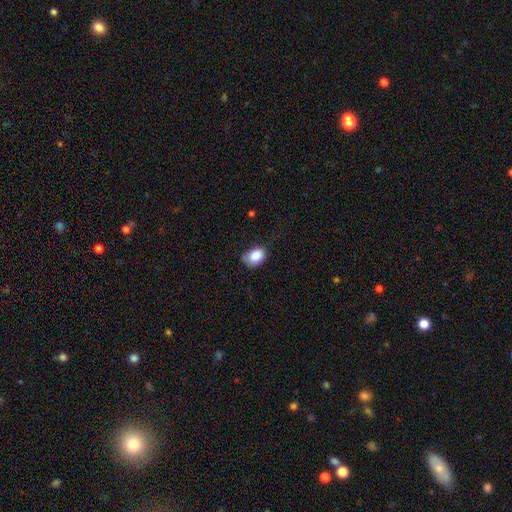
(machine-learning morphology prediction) smooth-or-featured: smooth: 84% | star or artifact: 8% | featured or disk: 8%
  how-rounded: in between: 70% | round: 29% | cigar-shaped: 1%
  merging: none: 52% | minor disturbance: 36% | major disturbance: 10% | merger: 2%